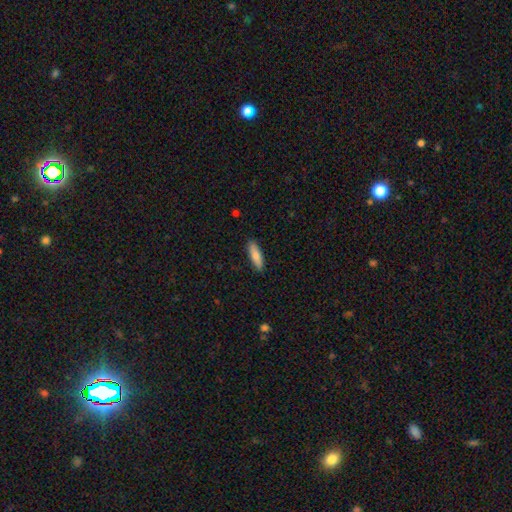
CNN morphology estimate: smooth-or-featured: smooth: 83% | featured or disk: 11% | star or artifact: 6%
  how-rounded: cigar-shaped: 58% | in between: 41% | round: 2%
  merging: none: 88% | minor disturbance: 9% | major disturbance: 2% | merger: 1%